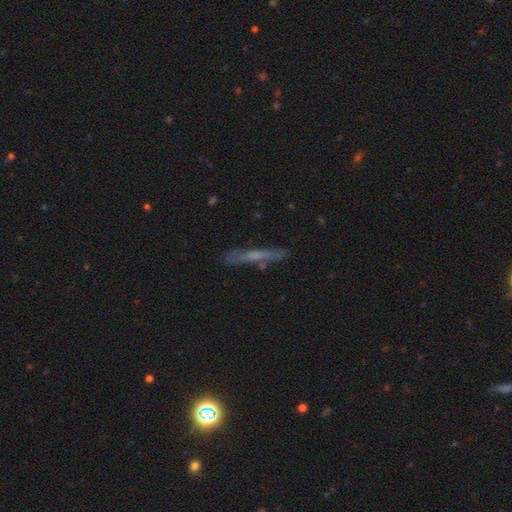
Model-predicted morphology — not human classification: The model was most divided on "smooth or featured": featured or disk: 50%, smooth: 40%, star or artifact: 10%. More confident: merging — none (78%).